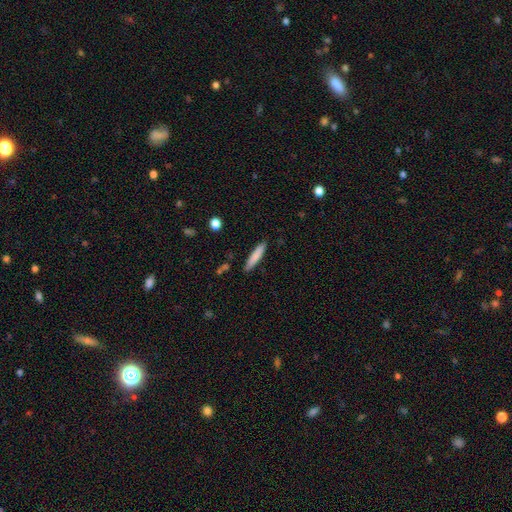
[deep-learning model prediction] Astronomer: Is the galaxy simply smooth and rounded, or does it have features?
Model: smooth — 80%.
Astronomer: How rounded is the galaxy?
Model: cigar-shaped — 89%.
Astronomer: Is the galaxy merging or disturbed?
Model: none — 88%.